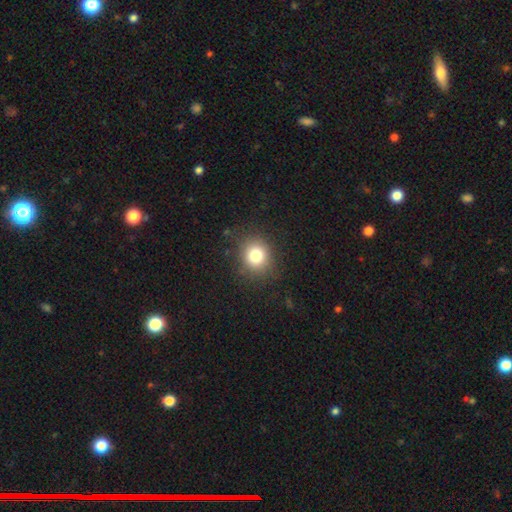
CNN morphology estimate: Smooth or featured: smooth — 79% (star or artifact — 13%)
How rounded: round — 81% (in between — 18%)
Merging: none — 85% (minor disturbance — 10%)